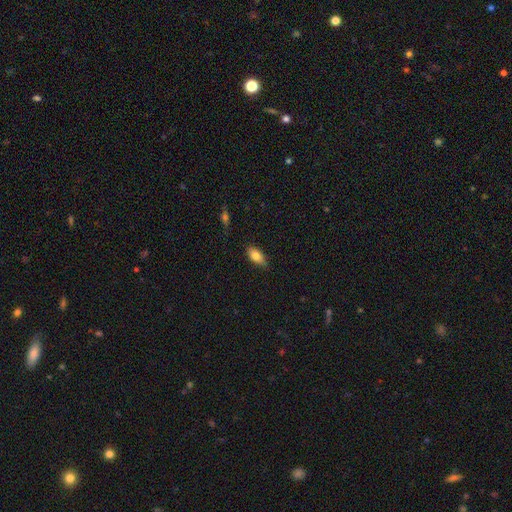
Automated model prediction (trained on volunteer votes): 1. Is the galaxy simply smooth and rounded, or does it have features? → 80% smooth, 12% featured or disk, 7% star or artifact.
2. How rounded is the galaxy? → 88% in between, 8% cigar-shaped, 4% round.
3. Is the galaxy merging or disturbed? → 78% none, 18% minor disturbance, 3% major disturbance, 1% merger.